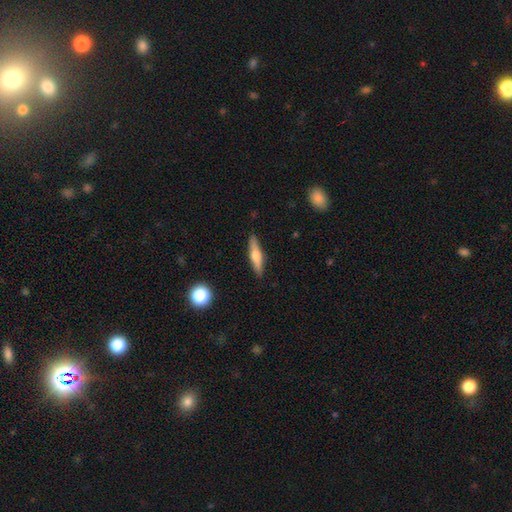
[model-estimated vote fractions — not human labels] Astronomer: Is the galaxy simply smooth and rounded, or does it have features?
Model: smooth — 47% (runner-up: featured or disk, 46%).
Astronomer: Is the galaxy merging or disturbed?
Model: none — 89%.